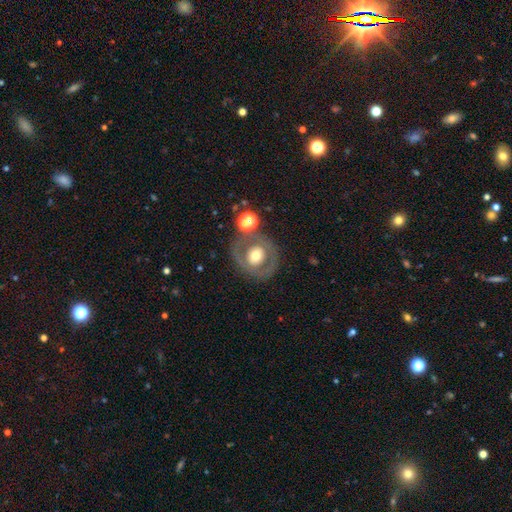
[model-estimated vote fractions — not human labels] smooth-or-featured: featured or disk: 53% | smooth: 39% | star or artifact: 9%
  disk-edge-on: no: 95% | yes: 5%
    bar: no: 79% | weak: 14% | strong: 6%
    has-spiral-arms: no: 82% | yes: 18%
    bulge-size: moderate: 62% | large: 25% | small: 9% | dominant: 3% | none: 1%
  merging: none: 72% | minor disturbance: 12% | major disturbance: 9% | merger: 7%